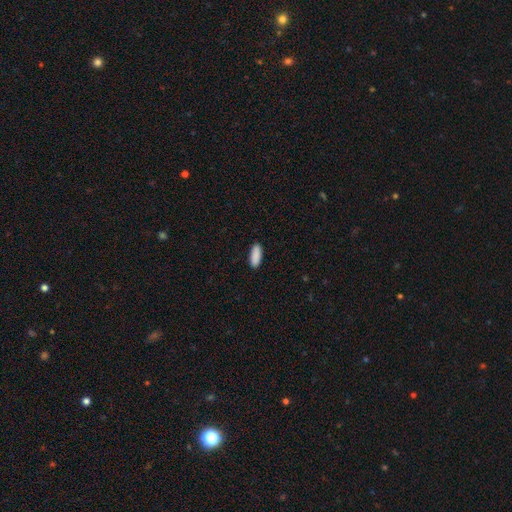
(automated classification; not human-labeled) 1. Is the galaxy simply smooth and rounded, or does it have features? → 91% smooth, 6% star or artifact, 3% featured or disk.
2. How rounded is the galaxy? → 75% in between, 23% cigar-shaped, 2% round.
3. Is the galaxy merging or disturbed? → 89% none, 8% minor disturbance, 2% major disturbance, 1% merger.